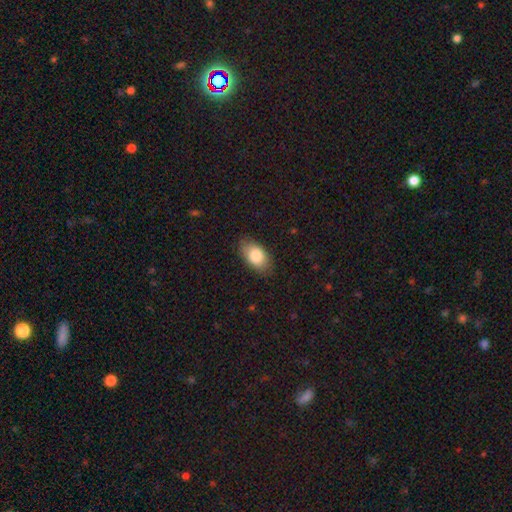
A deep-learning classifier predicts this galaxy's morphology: A smooth galaxy with no disk features (83%) that is in between round and cigar-shaped (92%).

Vote fractions:
- Smooth or featured? smooth: 83% / featured or disk: 11% / star or artifact: 7%
- How rounded? in between: 92% / round: 5% / cigar-shaped: 2%
- Merging? none: 82% / minor disturbance: 14% / major disturbance: 3% / merger: 1%